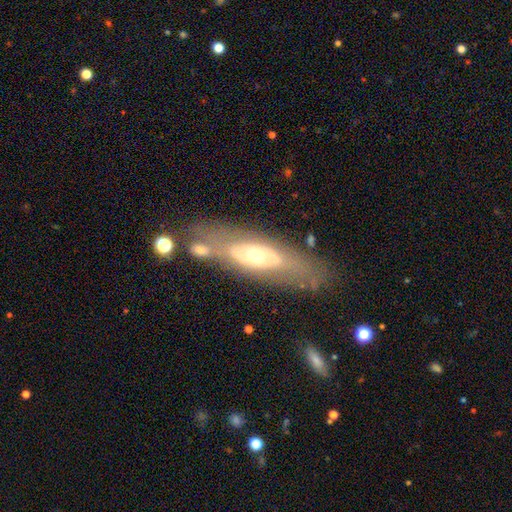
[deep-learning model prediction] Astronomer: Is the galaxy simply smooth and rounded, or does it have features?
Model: featured or disk — 65%.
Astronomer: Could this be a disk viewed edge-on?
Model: no — 76%.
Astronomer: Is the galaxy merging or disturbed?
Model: none — 62%.